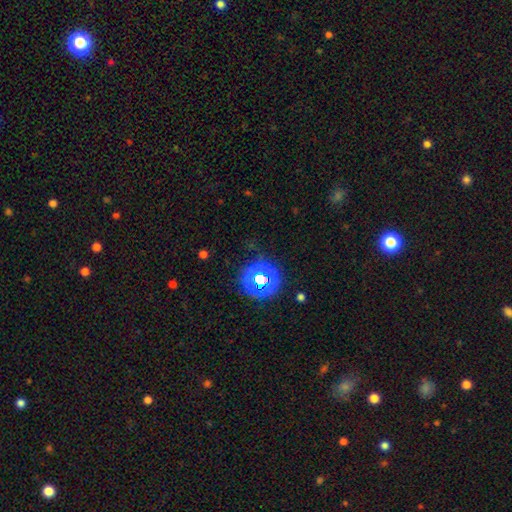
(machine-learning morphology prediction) smooth_or_featured: smooth (p=0.51) [alt: star or artifact p=0.42]
how_rounded: round (p=0.93) [alt: in between p=0.06]
merging: none (p=0.90) [alt: minor disturbance p=0.06]